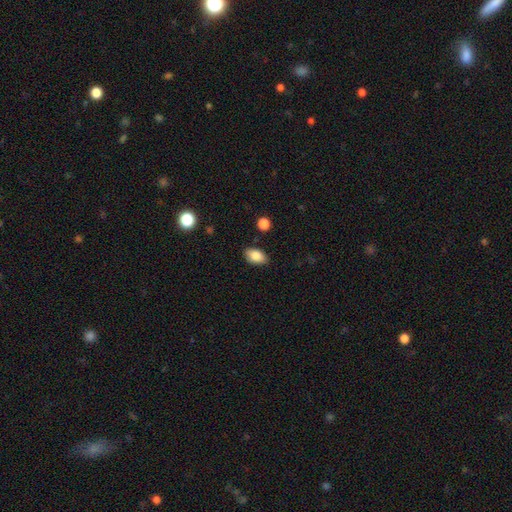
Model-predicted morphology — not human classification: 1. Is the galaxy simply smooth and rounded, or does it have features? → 85% smooth, 8% star or artifact, 7% featured or disk.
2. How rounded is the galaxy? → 90% in between, 8% round, 2% cigar-shaped.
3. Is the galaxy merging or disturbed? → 83% none, 12% minor disturbance, 2% major disturbance, 2% merger.